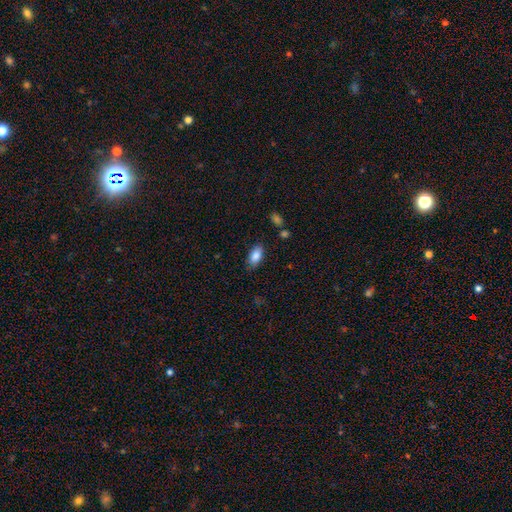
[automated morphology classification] Q: Smooth or featured?
A: smooth (86%); runner-up: featured or disk (7%)
Q: How rounded?
A: in between (91%); runner-up: cigar-shaped (5%)
Q: Merging?
A: none (82%); runner-up: minor disturbance (14%)